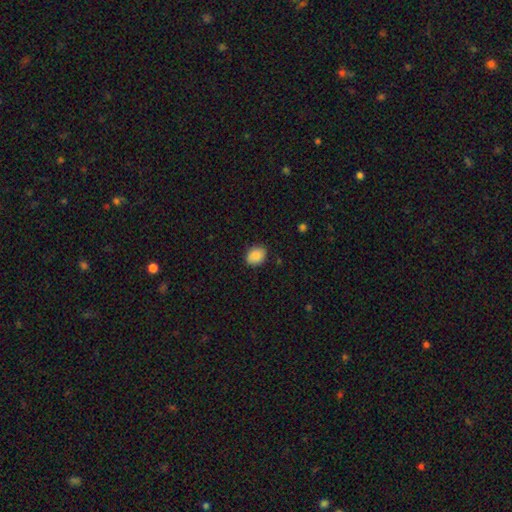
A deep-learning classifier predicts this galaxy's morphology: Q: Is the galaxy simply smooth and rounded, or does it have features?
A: smooth — 87%.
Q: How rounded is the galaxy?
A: in between — 53%.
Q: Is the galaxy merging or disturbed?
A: none — 86%.